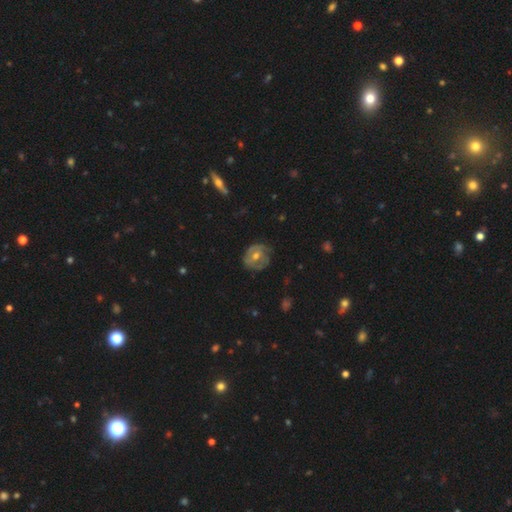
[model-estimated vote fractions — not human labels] A featured or disk galaxy (61%) with no bar (54%), spiral arms (61%) and a moderate central bulge (64%).

Vote fractions:
- Smooth or featured? featured or disk: 61% / smooth: 30% / star or artifact: 9%
- Edge-on disk? no: 95% / yes: 5%
- Bar? no: 54% / weak: 34% / strong: 12%
- Spiral arms? yes: 61% / no: 39%
- Bulge size? moderate: 64% / small: 31% / large: 2% / none: 1% / dominant: 1%
- Merging? none: 70% / minor disturbance: 22% / major disturbance: 7% / merger: 1%